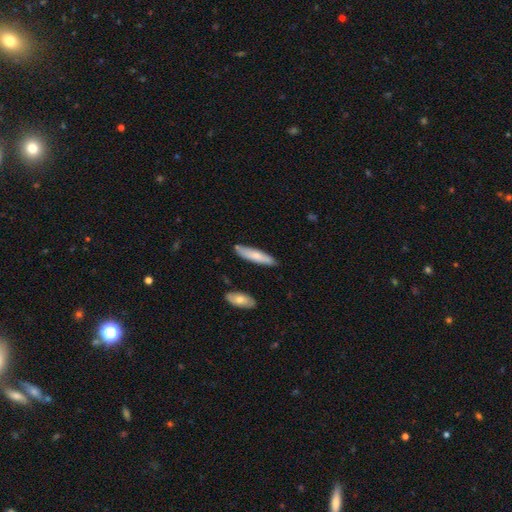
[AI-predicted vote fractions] Morphology: type=smooth (70%); roundness=cigar-shaped (75%); merging=none (81%).